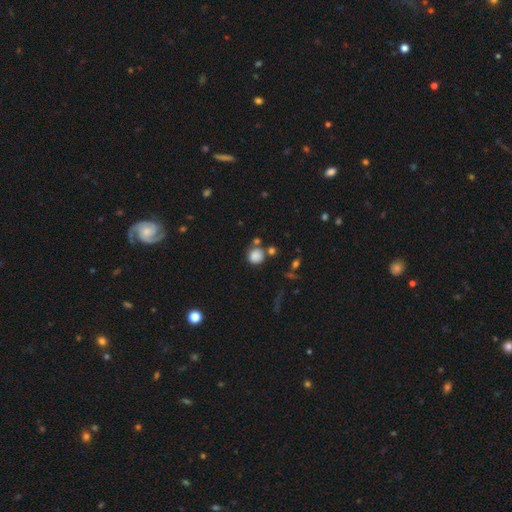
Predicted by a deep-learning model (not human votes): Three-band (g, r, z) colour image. It shows a smooth galaxy with no disk features (83%) that is round (87%). Merging: none (67%).